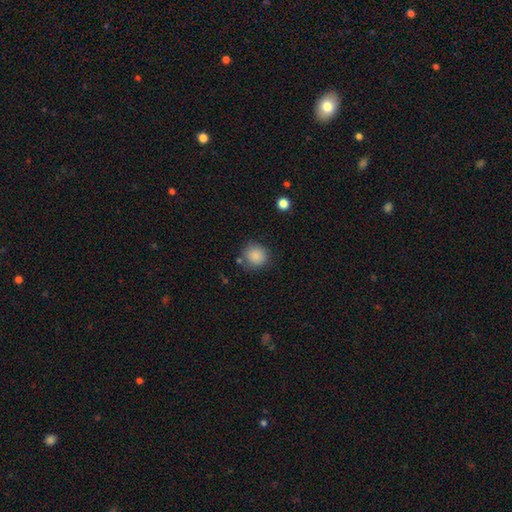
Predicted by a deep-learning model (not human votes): Morphology: type=smooth (87%); roundness=round (87%); merging=none (78%).